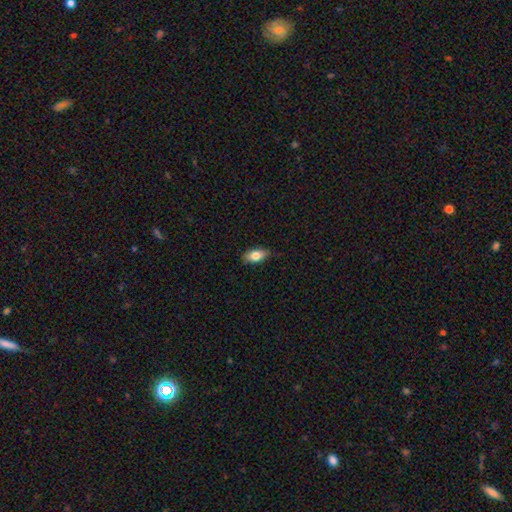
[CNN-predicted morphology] The model was most divided on "merging": none: 80%, minor disturbance: 16%, major disturbance: 2%, merger: 1%. More confident: how rounded — in between (87%); smooth or featured — smooth (79%).